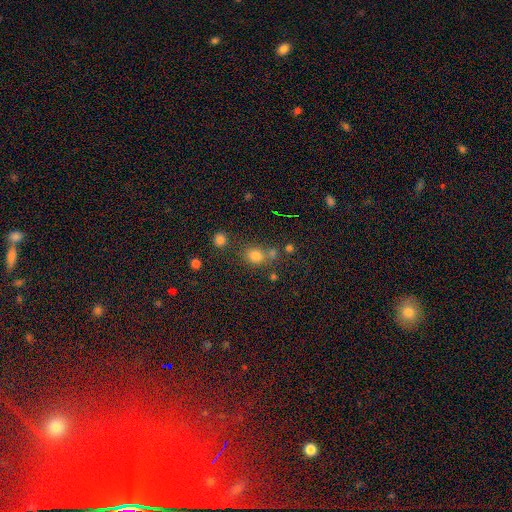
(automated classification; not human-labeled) Smooth or featured: smooth — 76% (star or artifact — 17%)
How rounded: round — 74% (in between — 25%)
Merging: none — 61% (merger — 21%)